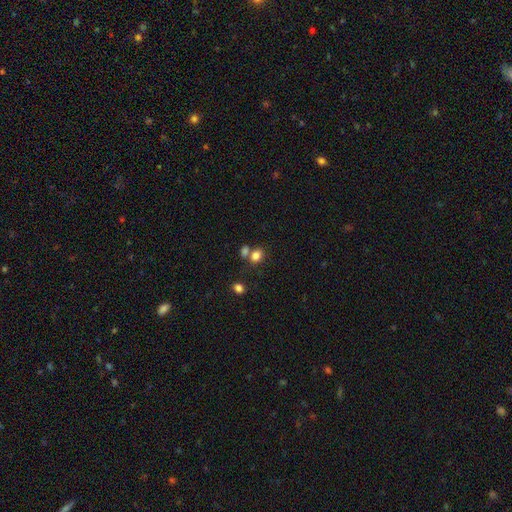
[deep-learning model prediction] The model was most divided on "merging": none: 50%, merger: 34%, minor disturbance: 11%, major disturbance: 5%. More confident: smooth or featured — smooth (81%); how rounded — in between (60%).